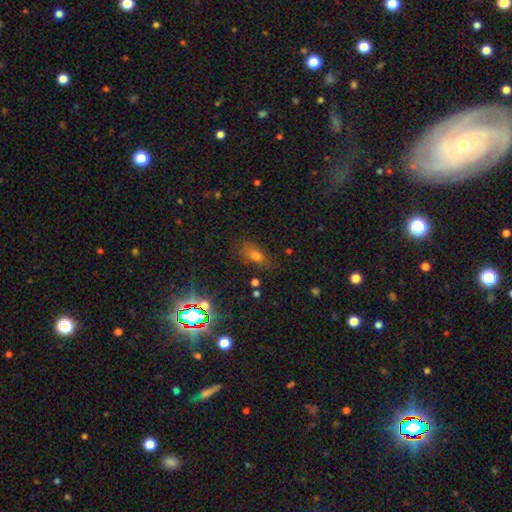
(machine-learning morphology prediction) Smooth or featured: smooth — 59% (star or artifact — 29%)
How rounded: in between — 75% (round — 14%)
Merging: none — 71% (minor disturbance — 18%)